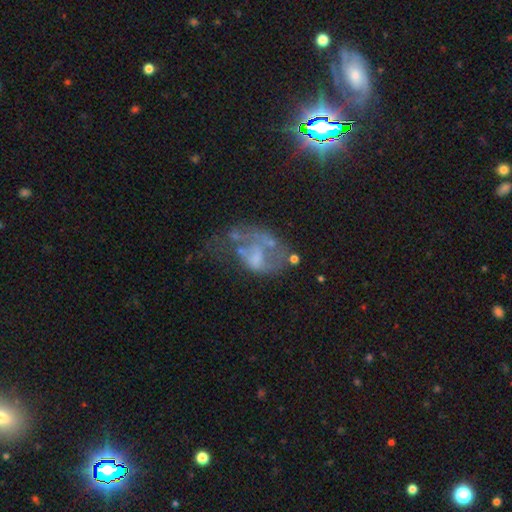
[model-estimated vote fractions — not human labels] Smooth or featured? Predicted: featured or disk (p=0.60). Edge-on disk? Predicted: no (p=0.97). Bar? Predicted: no (p=0.77). Spiral arms? Predicted: no (p=0.70). Bulge size? Predicted: none (p=0.49). Merging? Predicted: major disturbance (p=0.43).